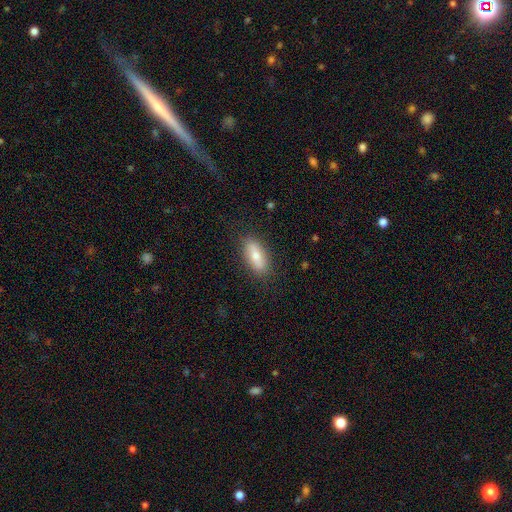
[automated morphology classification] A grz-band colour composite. It shows a smooth galaxy with no disk features (72%) that is in between round and cigar-shaped (78%). Merging: none (85%).